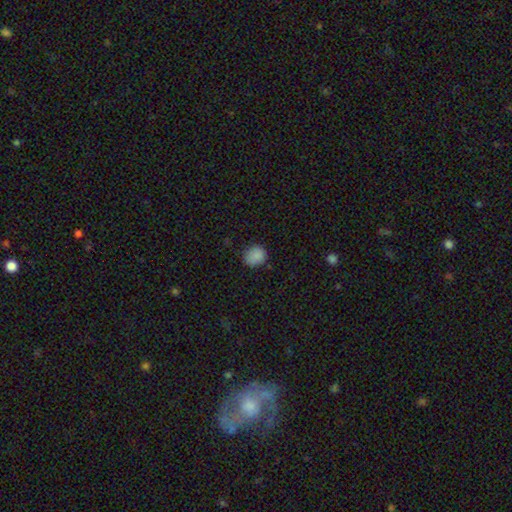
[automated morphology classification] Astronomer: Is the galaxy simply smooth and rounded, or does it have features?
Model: smooth — 85%.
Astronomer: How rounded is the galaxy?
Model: round — 74%.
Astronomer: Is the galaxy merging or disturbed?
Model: none — 77%.